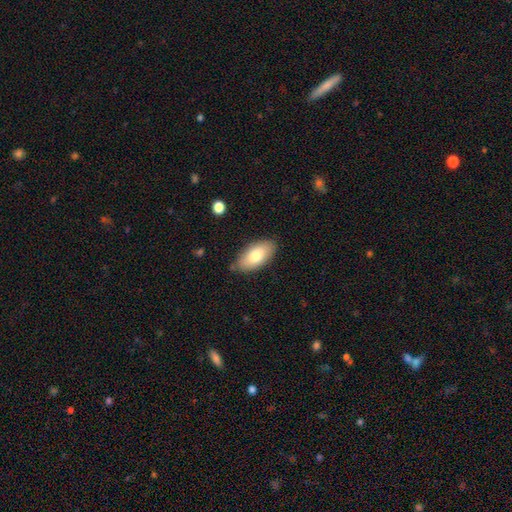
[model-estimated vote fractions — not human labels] Smooth or featured? Predicted: smooth (p=0.76). How rounded? Predicted: in between (p=0.92). Merging? Predicted: none (p=0.83).